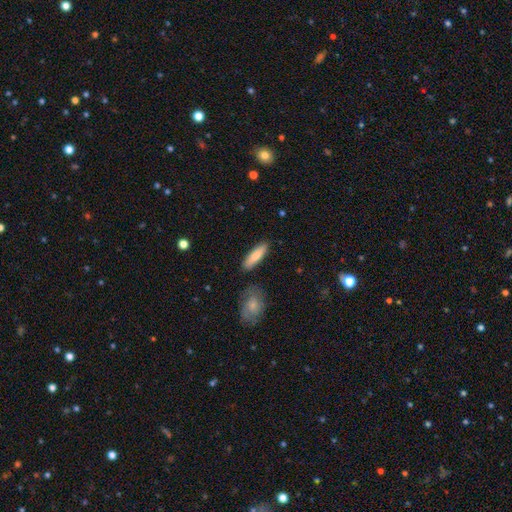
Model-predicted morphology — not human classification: Smooth or featured? Predicted: smooth (p=0.77). How rounded? Predicted: cigar-shaped (p=0.61). Merging? Predicted: none (p=0.85).